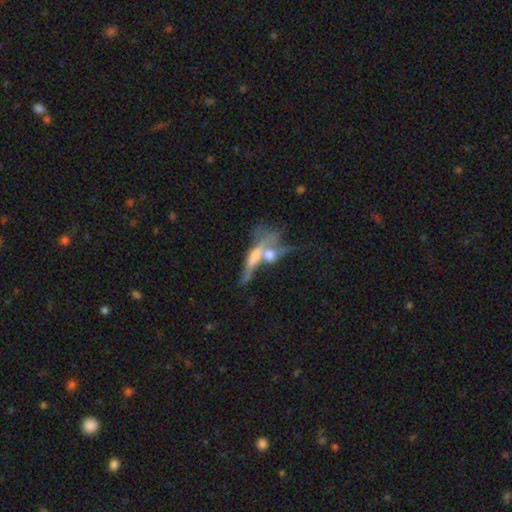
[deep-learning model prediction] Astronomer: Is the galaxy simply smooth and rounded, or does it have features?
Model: featured or disk — 59%.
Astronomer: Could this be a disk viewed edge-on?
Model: yes — 69%.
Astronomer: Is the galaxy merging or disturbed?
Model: merger — 49% (runner-up: none, 29%).